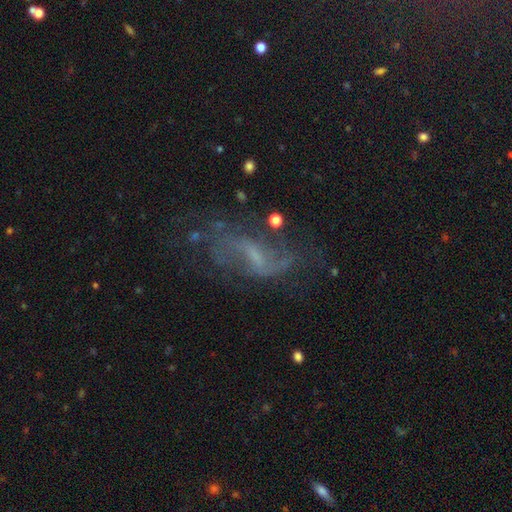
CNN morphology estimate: smooth-or-featured: featured or disk: 72% | smooth: 16% | star or artifact: 13%
  disk-edge-on: no: 93% | yes: 7%
    bar: weak: 50% | no: 30% | strong: 20%
    has-spiral-arms: yes: 78% | no: 22%
      spiral-winding: loose: 66% | medium: 25% | tight: 8%
      spiral-arm-count: 2: 67% | can't tell: 17% | 1: 8% | 3: 3% | 4: 2% | more than 4: 2%
    bulge-size: small: 45% | none: 32% | moderate: 19% | large: 2% | dominant: 1%
  merging: none: 51% | major disturbance: 24% | minor disturbance: 20% | merger: 5%